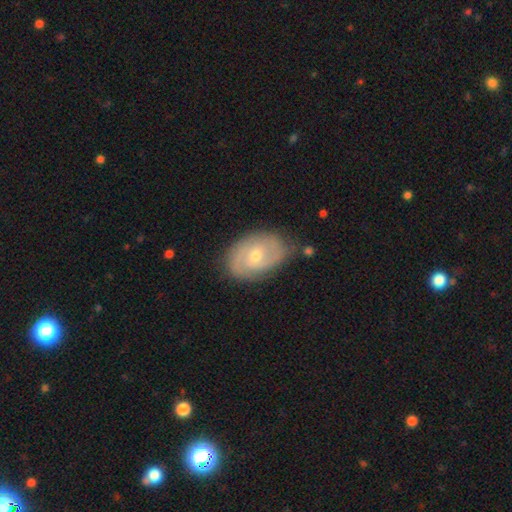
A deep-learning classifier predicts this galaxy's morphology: This appears to be a featured or disk galaxy (76%) with no bar (58%), 2 (60%) tight (54%) spiral arms (90%) and a moderate central bulge (49%). Merging: none (74%).